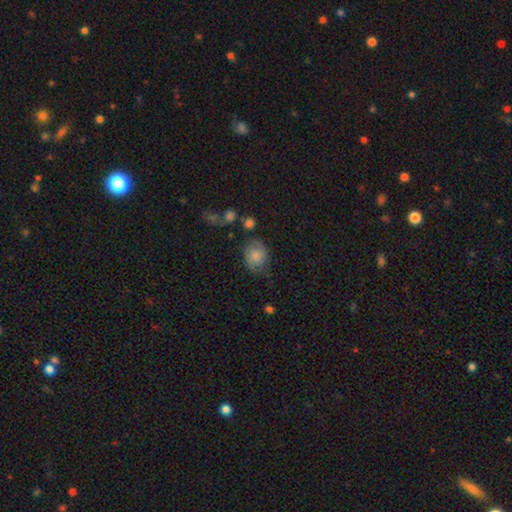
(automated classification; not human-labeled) The model was most divided on "how rounded": round: 56%, in between: 43%, cigar-shaped: 1%. More confident: smooth or featured — smooth (78%); merging — none (61%).